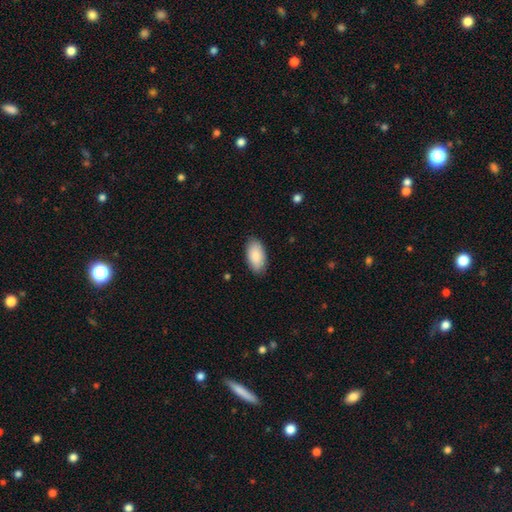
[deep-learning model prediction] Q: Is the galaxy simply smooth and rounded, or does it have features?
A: smooth — 90%.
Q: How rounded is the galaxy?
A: in between — 95%.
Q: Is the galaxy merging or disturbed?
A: none — 87%.